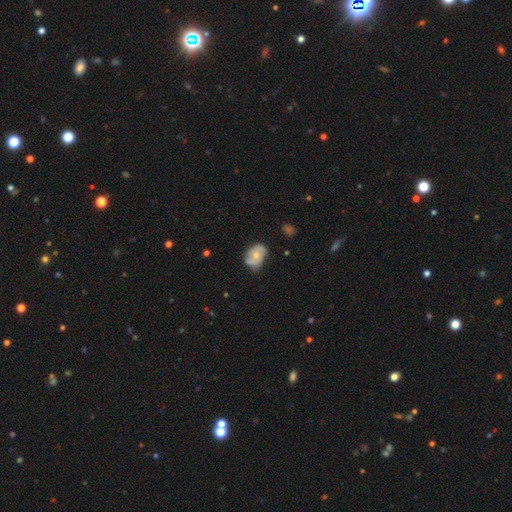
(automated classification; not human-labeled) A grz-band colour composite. It shows a featured or disk galaxy (58%) with no bar (72%), spiral arms (80%) and a moderate central bulge (56%). Merging: none (63%).